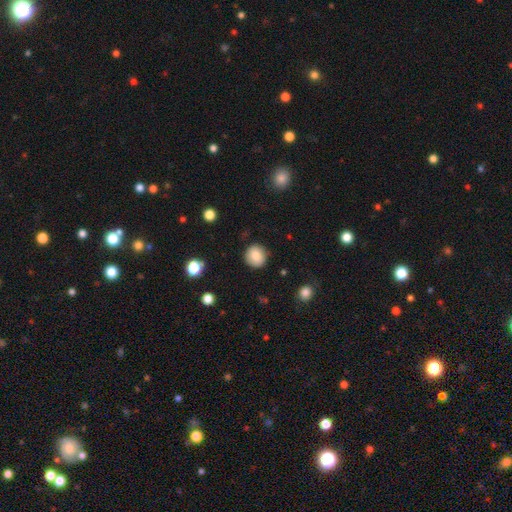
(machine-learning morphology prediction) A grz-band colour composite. It shows a smooth galaxy with no disk features (83%) that is round (91%). Merging: none (88%).